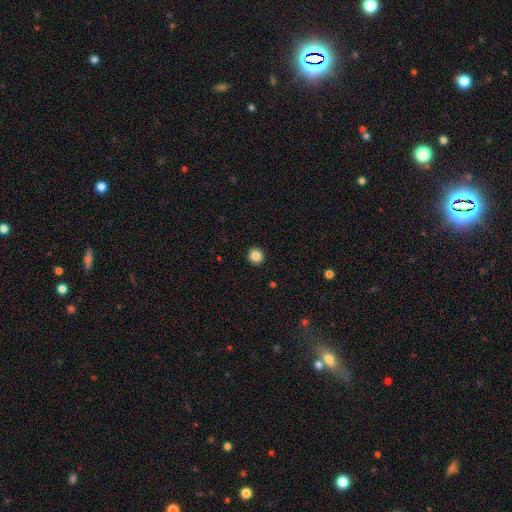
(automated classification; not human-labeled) Morphology: type=smooth (85%); roundness=round (95%); merging=none (93%).